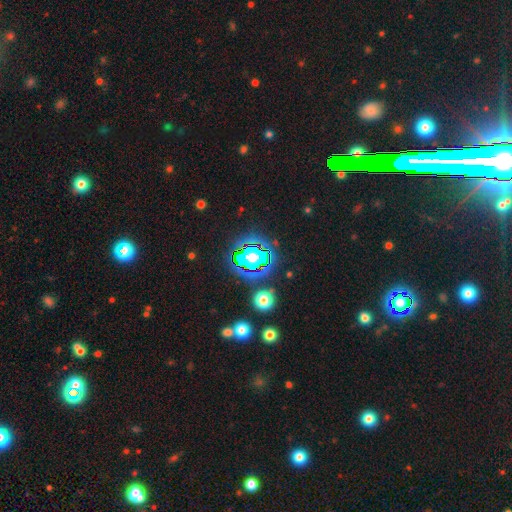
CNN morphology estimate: type=star or artifact (54%).